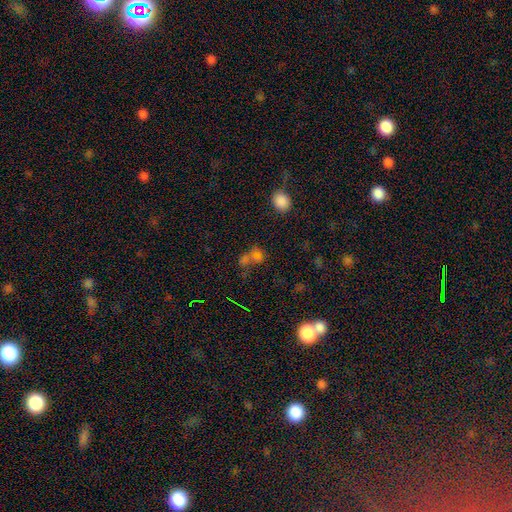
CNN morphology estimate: Q: Smooth or featured?
A: smooth (53%); runner-up: star or artifact (32%)
Q: How rounded?
A: round (51%); runner-up: in between (45%)
Q: Merging?
A: merger (44%); runner-up: none (34%)